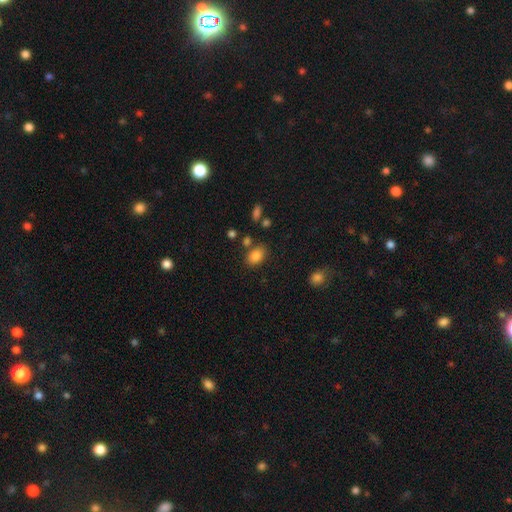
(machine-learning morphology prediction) smooth-or-featured: smooth: 84% | star or artifact: 9% | featured or disk: 7%
  how-rounded: in between: 80% | round: 19% | cigar-shaped: 1%
  merging: none: 75% | minor disturbance: 13% | merger: 8% | major disturbance: 4%